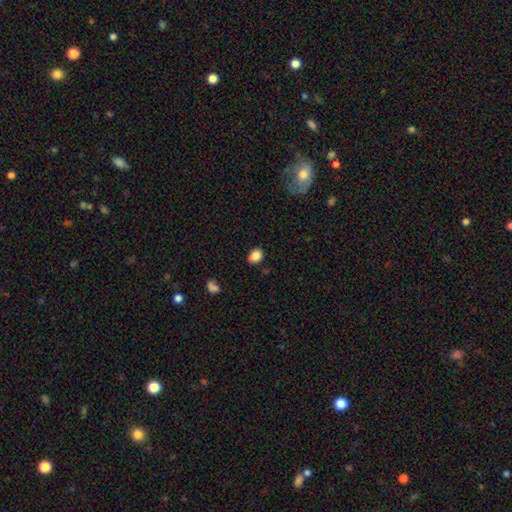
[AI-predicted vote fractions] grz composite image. It shows a smooth galaxy with no disk features (86%) that is in between round and cigar-shaped (54%). Merging: none (85%).